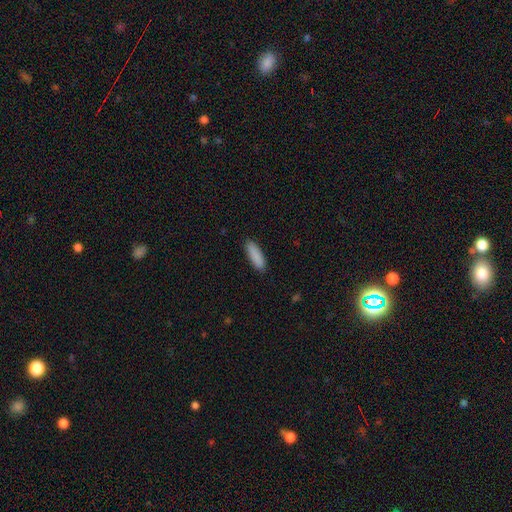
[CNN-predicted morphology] Smooth or featured? Predicted: smooth (p=0.89). How rounded? Predicted: in between (p=0.52). Merging? Predicted: none (p=0.88).